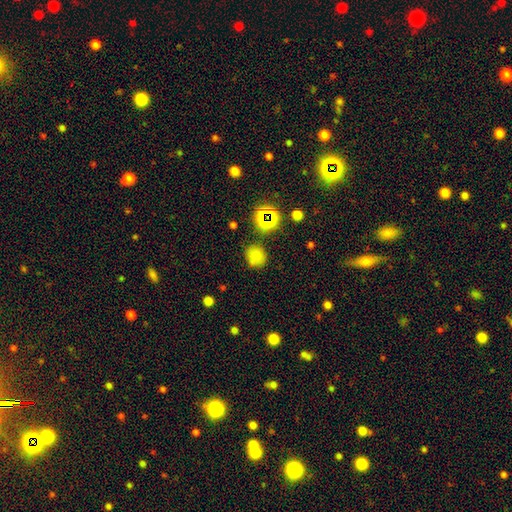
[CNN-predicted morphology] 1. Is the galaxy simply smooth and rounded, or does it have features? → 71% smooth, 23% star or artifact, 6% featured or disk.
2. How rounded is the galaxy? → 81% round, 18% in between, 1% cigar-shaped.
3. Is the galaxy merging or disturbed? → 74% none, 15% minor disturbance, 6% merger, 5% major disturbance.